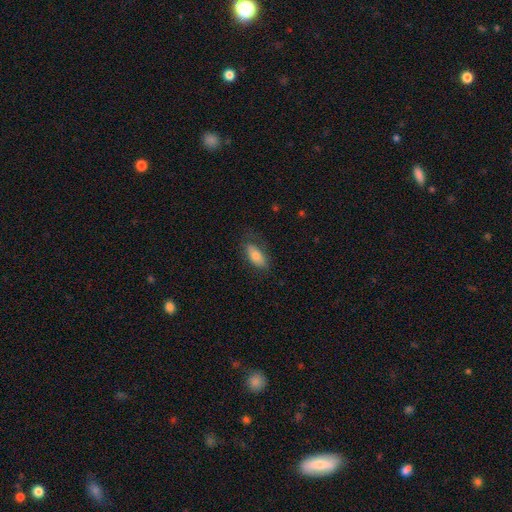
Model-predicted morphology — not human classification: The model was most divided on "merging": none: 72%, minor disturbance: 20%, major disturbance: 7%, merger: 1%. More confident: how rounded — in between (80%); smooth or featured — smooth (74%).